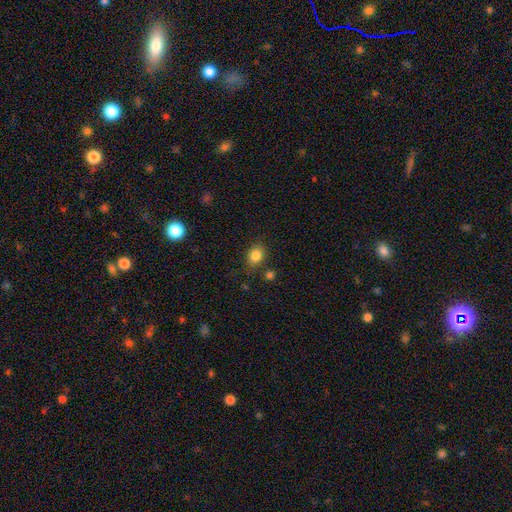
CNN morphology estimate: This is clearly a smooth galaxy (84%). How rounded: possibly round (50%). Merging: likely none (79%).